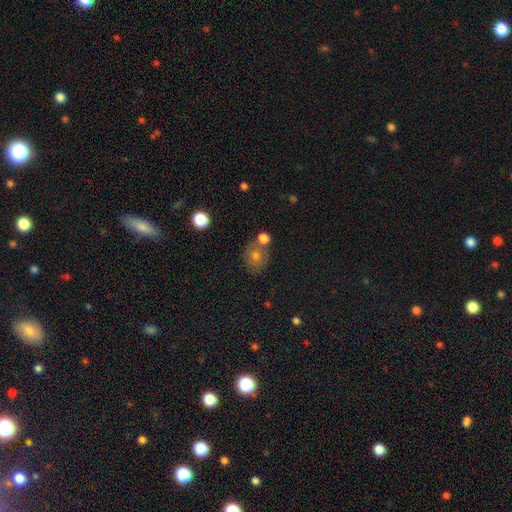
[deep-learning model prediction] Smooth or featured? Predicted: smooth (p=0.65). How rounded? Predicted: round (p=0.65). Merging? Predicted: none (p=0.66).